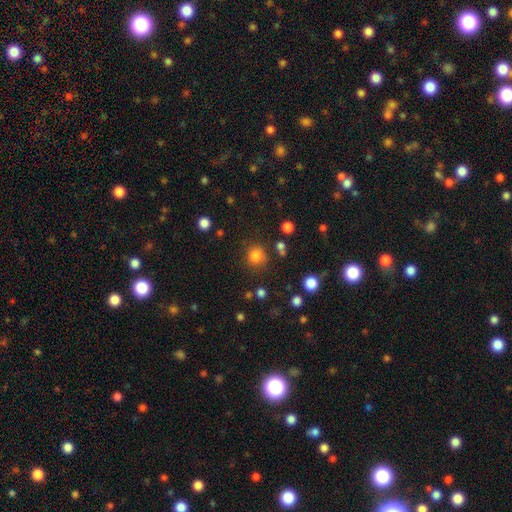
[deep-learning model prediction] Morphology: type=smooth (81%); roundness=round (89%); merging=none (81%).